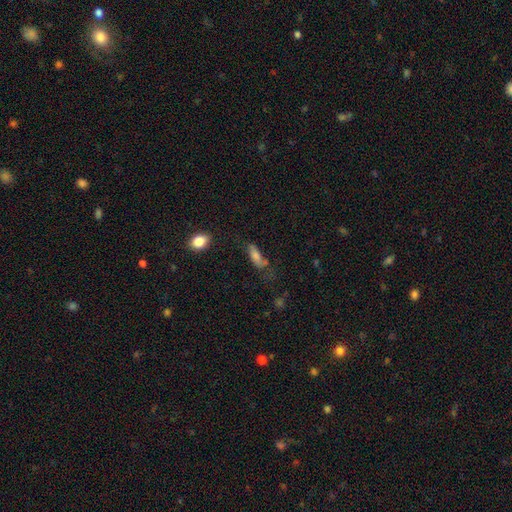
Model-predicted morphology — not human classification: This appears to be a smooth galaxy with no disk features (66%) that is in between round and cigar-shaped (63%). Merging: none (46%).